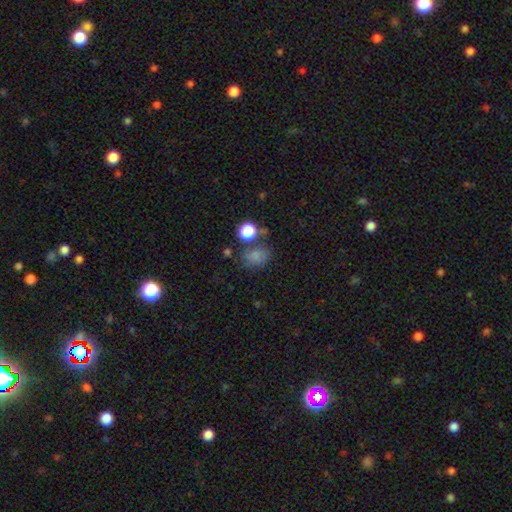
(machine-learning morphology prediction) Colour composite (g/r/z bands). It shows a smooth galaxy with no disk features (77%) that is in between round and cigar-shaped (53%). Merging: none (61%).